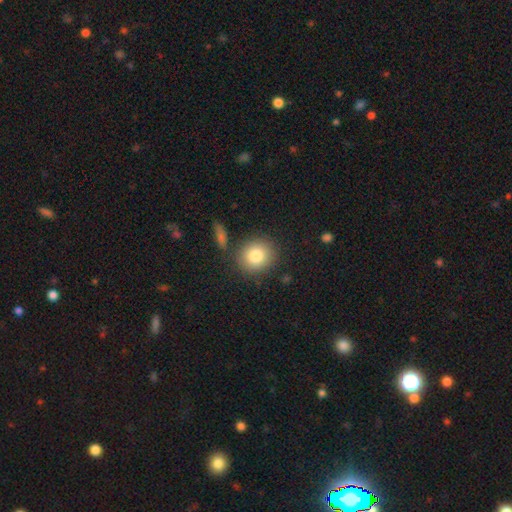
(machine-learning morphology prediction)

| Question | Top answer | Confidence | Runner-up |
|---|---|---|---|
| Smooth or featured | smooth | 82% | featured or disk (9%) |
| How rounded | round | 81% | in between (18%) |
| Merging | none | 81% | minor disturbance (9%) |